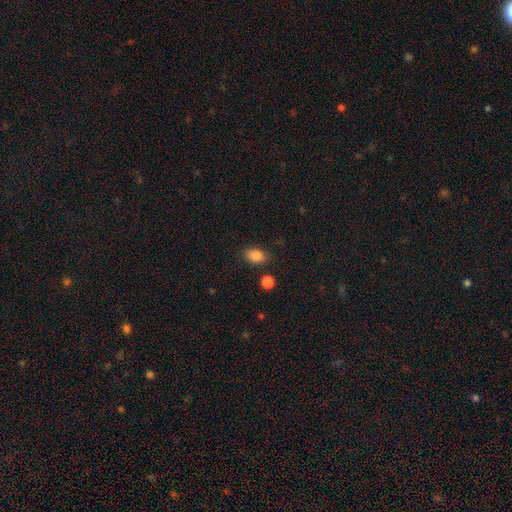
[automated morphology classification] This appears to be a smooth galaxy with no disk features (86%) that is in between round and cigar-shaped (76%). Merging: none (80%).